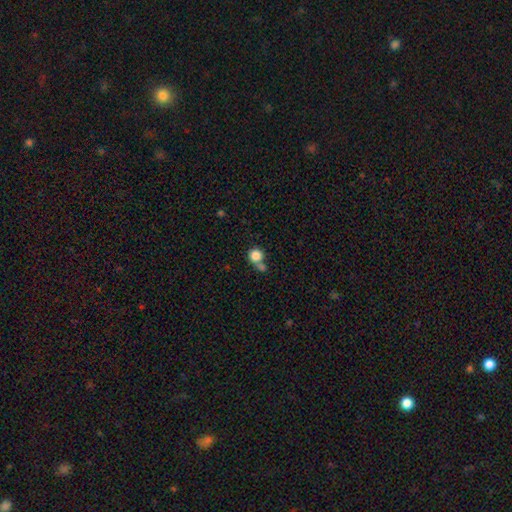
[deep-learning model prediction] Smooth or featured? Predicted: smooth (p=0.84). How rounded? Predicted: round (p=0.89). Merging? Predicted: none (p=0.45).